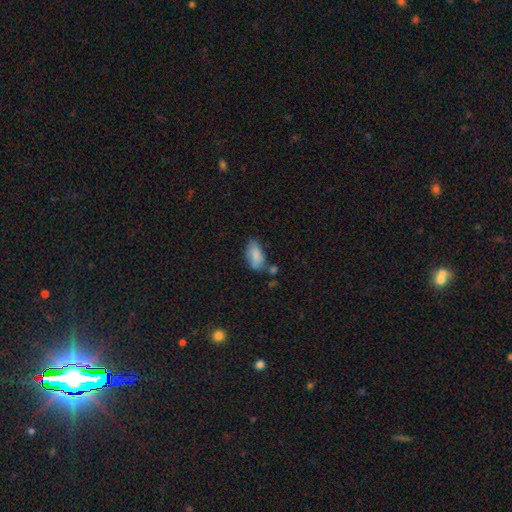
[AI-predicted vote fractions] Smooth or featured? Predicted: smooth (p=0.82). How rounded? Predicted: in between (p=0.92). Merging? Predicted: none (p=0.56).